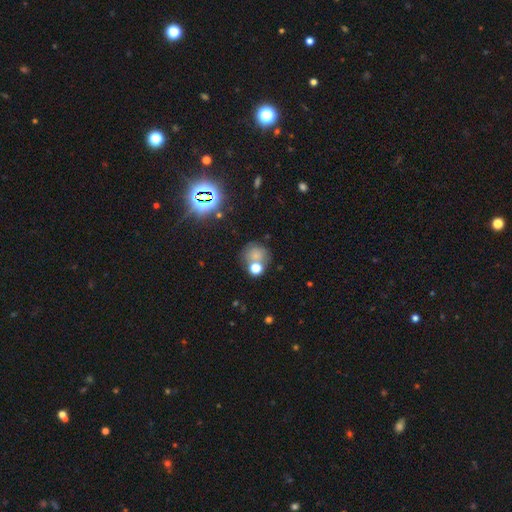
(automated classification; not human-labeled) This is likely a smooth galaxy (64%). How rounded: clearly round (80%). Merging: possibly none (52%).